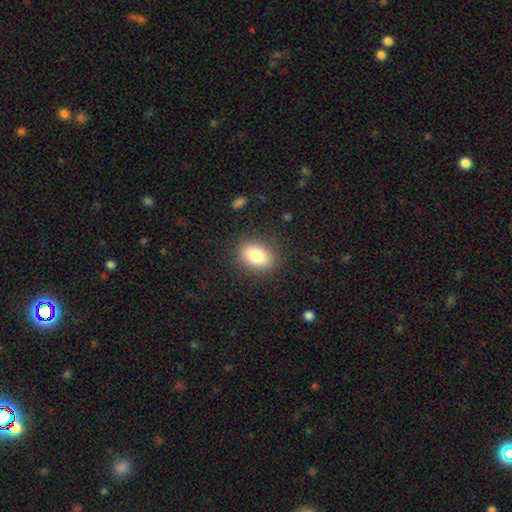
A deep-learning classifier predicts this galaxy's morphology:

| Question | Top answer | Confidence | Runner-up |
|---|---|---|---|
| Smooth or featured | smooth | 82% | featured or disk (9%) |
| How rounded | in between | 78% | round (21%) |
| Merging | none | 86% | minor disturbance (9%) |